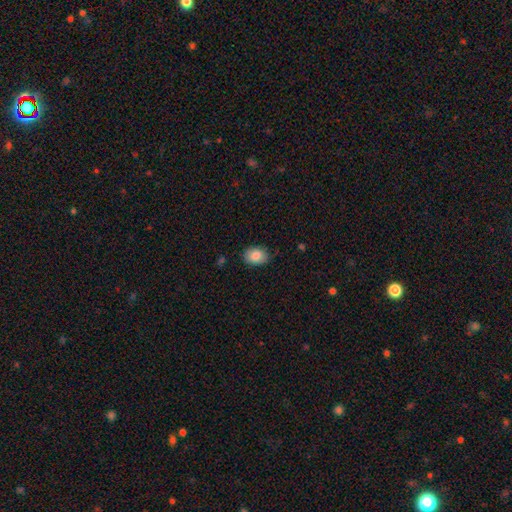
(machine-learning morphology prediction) The model was most divided on "how rounded": in between: 75%, round: 24%, cigar-shaped: 1%. More confident: smooth or featured — smooth (85%); merging — none (83%).